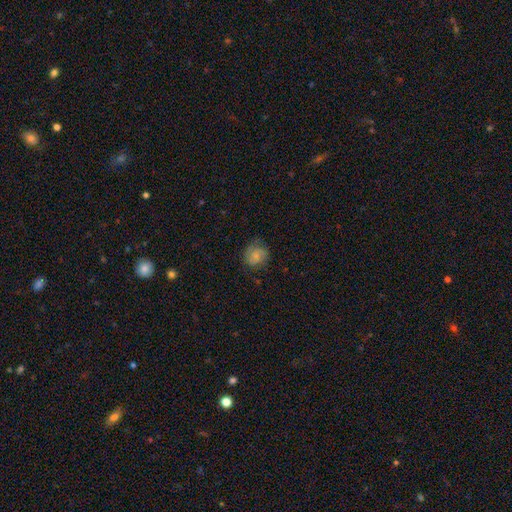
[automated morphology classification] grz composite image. It shows a smooth galaxy with no disk features (68%) that is round (76%). Merging: none (68%).